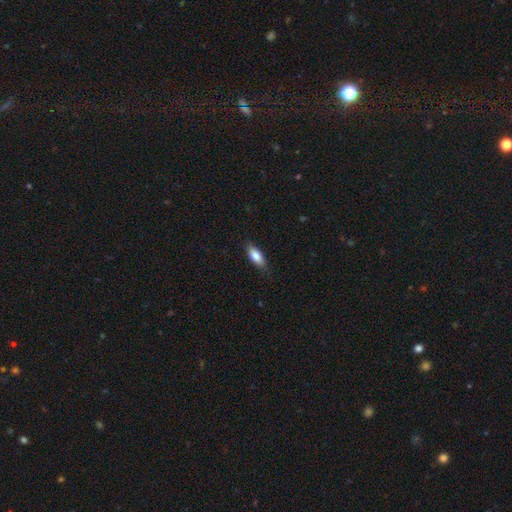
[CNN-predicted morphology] This is clearly a smooth galaxy (81%). How rounded: likely in between (75%). Merging: clearly none (84%).